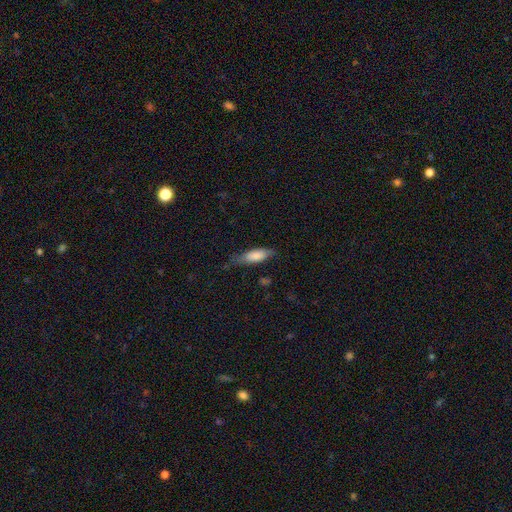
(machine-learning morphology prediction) Smooth or featured? smooth (79%)
How rounded? in between (64%)
Merging? none (57%)